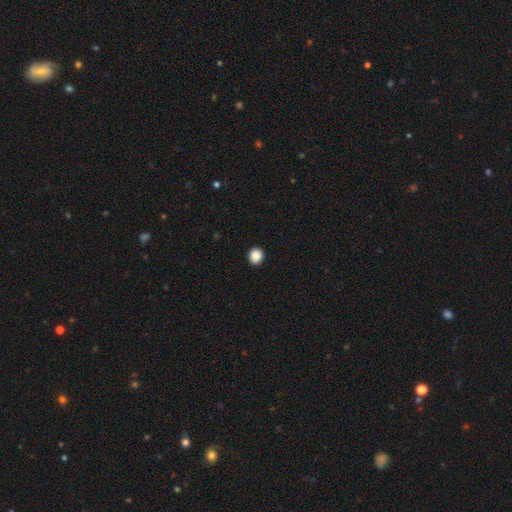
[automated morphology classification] smooth 88%, star or artifact 9%, featured or disk 3%. Down the decision tree: how rounded — round (89%); merging — none (93%).